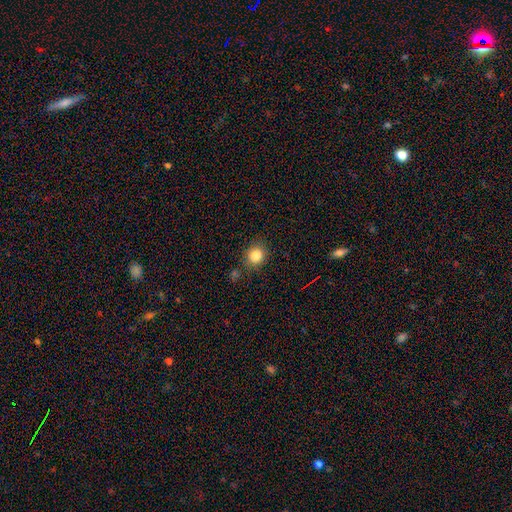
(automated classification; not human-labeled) This is clearly a smooth galaxy (84%). How rounded: likely round (78%). Merging: likely none (79%).